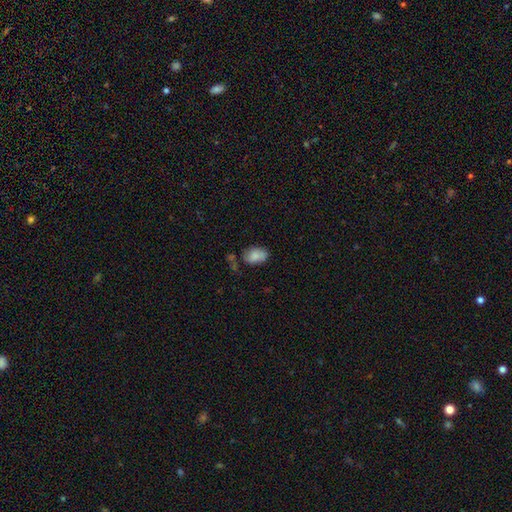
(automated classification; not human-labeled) Smooth or featured? smooth (83%)
How rounded? in between (87%)
Merging? none (57%)